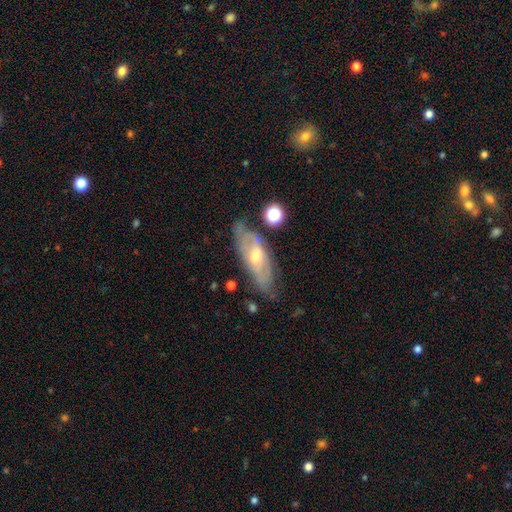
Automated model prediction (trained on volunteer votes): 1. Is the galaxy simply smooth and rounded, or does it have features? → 71% featured or disk, 22% smooth, 7% star or artifact.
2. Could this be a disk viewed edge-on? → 79% no, 21% yes.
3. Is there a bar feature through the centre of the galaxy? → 49% no, 40% weak, 12% strong.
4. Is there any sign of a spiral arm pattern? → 75% yes, 25% no.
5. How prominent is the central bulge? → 57% moderate, 38% small, 3% large, 1% none, 1% dominant.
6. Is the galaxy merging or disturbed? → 67% none, 22% minor disturbance, 7% major disturbance, 4% merger.